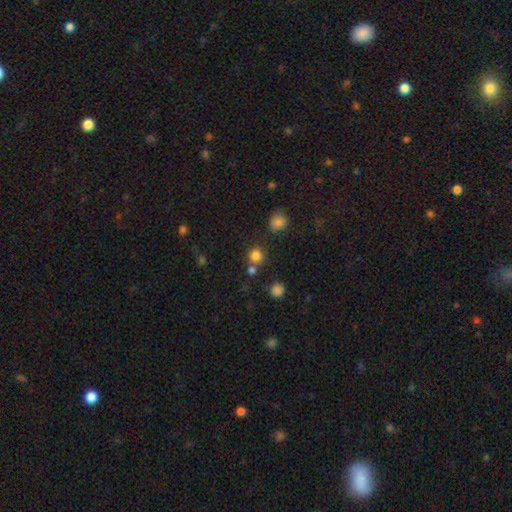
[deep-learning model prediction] smooth_or_featured: smooth (p=0.79) [alt: star or artifact p=0.16]
how_rounded: round (p=0.91) [alt: in between p=0.08]
merging: none (p=0.69) [alt: merger p=0.20]